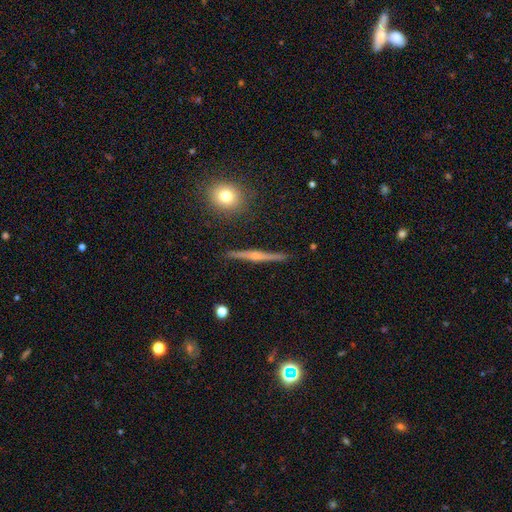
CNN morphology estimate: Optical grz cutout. It shows a featured or disk galaxy (82%) viewed edge-on (98%) with a rounded central bulge (84%). Merging: none (90%).